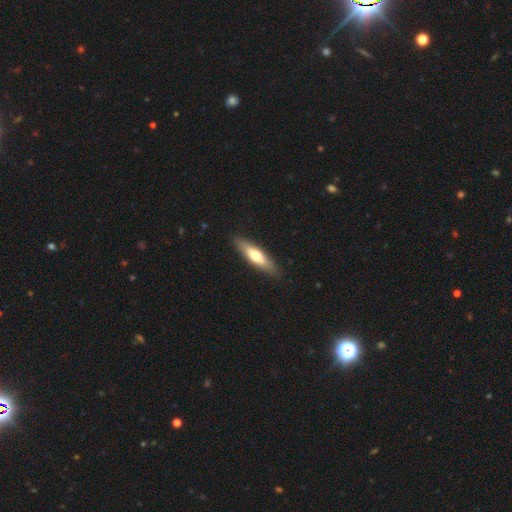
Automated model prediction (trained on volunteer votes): smooth 56%, featured or disk 39%, star or artifact 5%. Down the decision tree: how rounded — cigar-shaped (66%); merging — none (88%).